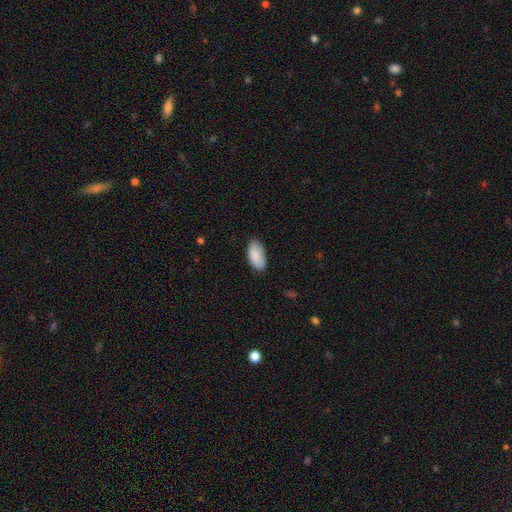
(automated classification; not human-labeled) This appears to be a smooth galaxy with no disk features (88%) that is in between round and cigar-shaped (94%). Merging: none (79%).